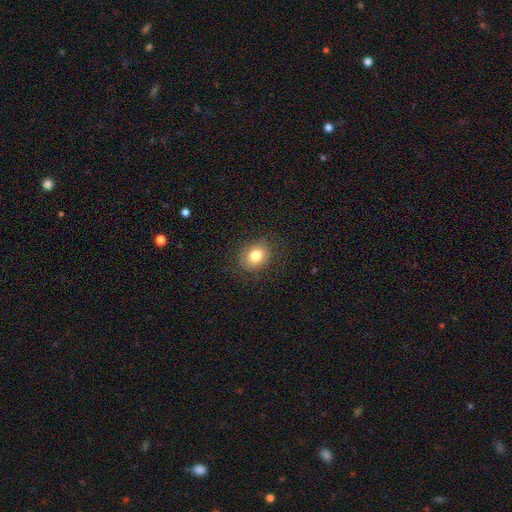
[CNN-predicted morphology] This appears to be a smooth galaxy with no disk features (79%) that is round (60%). Merging: none (83%).